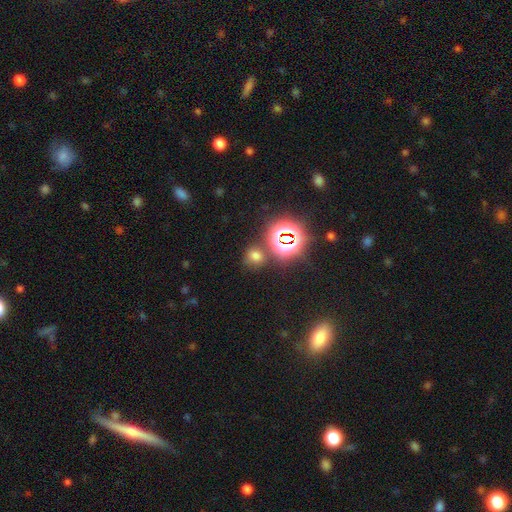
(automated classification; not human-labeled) smooth 59%, star or artifact 33%, featured or disk 7%. Down the decision tree: how rounded — round (73%); merging — none (72%).